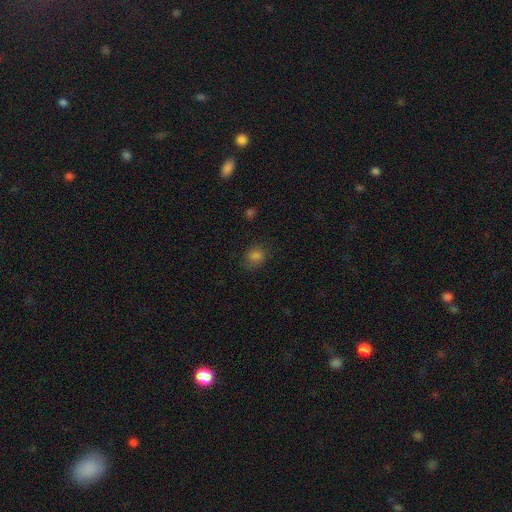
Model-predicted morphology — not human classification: Smooth or featured? Predicted: smooth (p=0.80). How rounded? Predicted: round (p=0.58). Merging? Predicted: none (p=0.78).